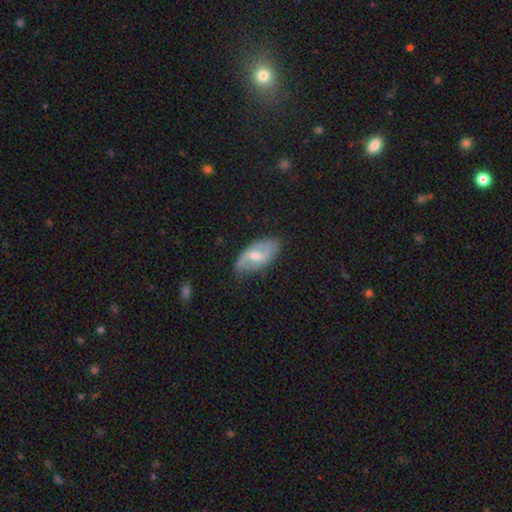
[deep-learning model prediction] Smooth or featured?
  - featured or disk: 64% *
  - smooth: 30%
  - star or artifact: 6%
Edge-on disk?
  - no: 91% *
  - yes: 9%
Bar?
  - weak: 48% *
  - no: 30%
  - strong: 22%
Spiral arms?
  - yes: 74% *
  - no: 26%
Bulge size?
  - moderate: 61% *
  - small: 35%
  - large: 2%
  - none: 1%
  - dominant: 1%
Merging?
  - none: 71% *
  - minor disturbance: 23%
  - major disturbance: 5%
  - merger: 1%